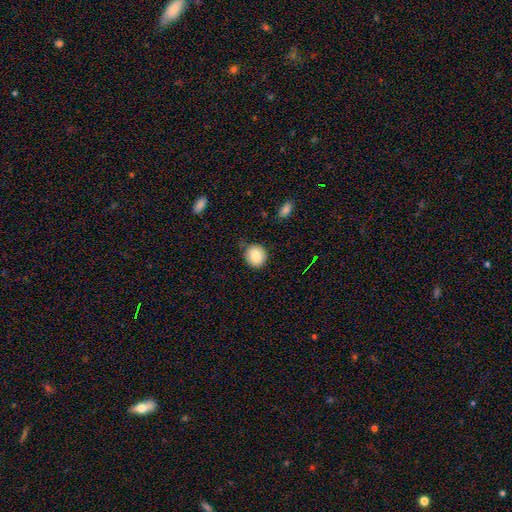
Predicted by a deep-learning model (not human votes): A smooth galaxy with no disk features (84%) that is round (83%). Merging: none (75%).